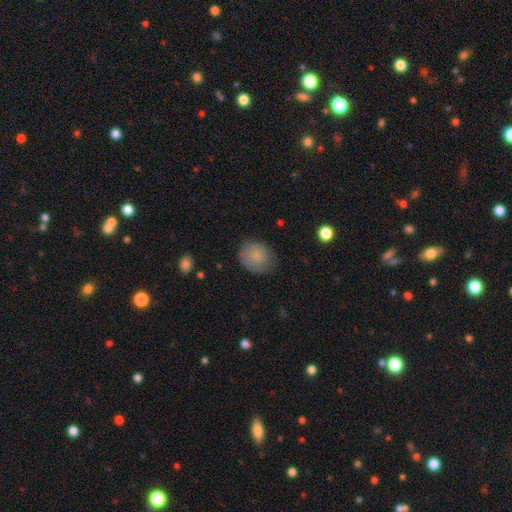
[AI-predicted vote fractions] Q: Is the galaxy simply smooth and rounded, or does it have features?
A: smooth — 80%.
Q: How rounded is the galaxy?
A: round — 67%.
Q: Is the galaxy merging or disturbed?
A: none — 69%.